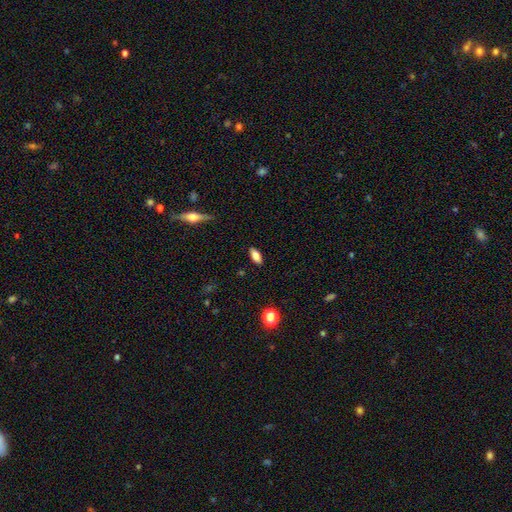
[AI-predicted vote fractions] Smooth or featured?
  - smooth: 79% *
  - featured or disk: 13%
  - star or artifact: 8%
How rounded?
  - in between: 81% *
  - cigar-shaped: 16%
  - round: 3%
Merging?
  - none: 87% *
  - minor disturbance: 9%
  - major disturbance: 2%
  - merger: 1%